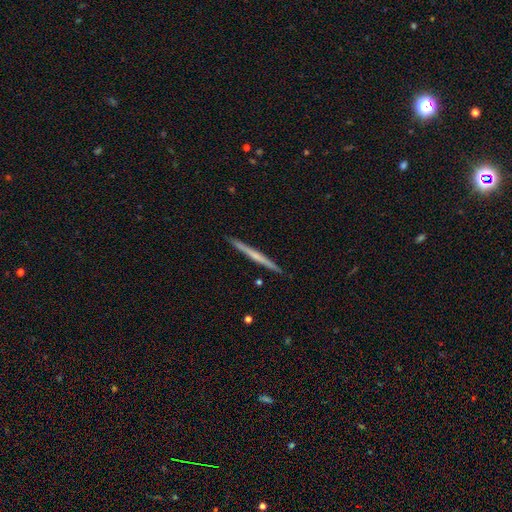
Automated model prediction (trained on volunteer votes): Smooth or featured?
  - featured or disk: 56% *
  - smooth: 39%
  - star or artifact: 5%
Edge-on disk?
  - yes: 98% *
  - no: 2%
Edge-on bulge?
  - none: 73% *
  - rounded: 21%
  - boxy: 6%
Merging?
  - none: 92% *
  - minor disturbance: 6%
  - major disturbance: 1%
  - merger: 1%